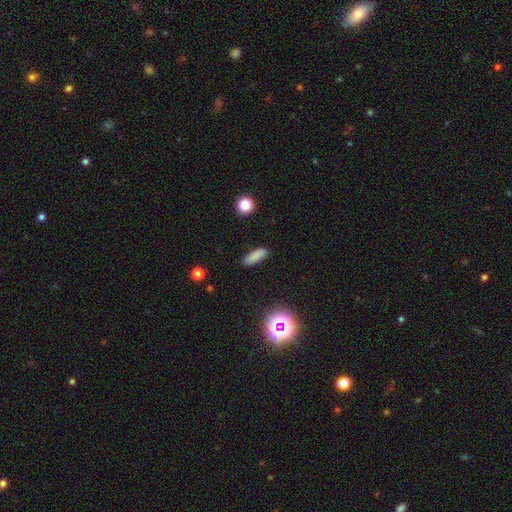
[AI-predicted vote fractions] The model was most divided on "how rounded": cigar-shaped: 54%, in between: 43%, round: 3%. More confident: merging — none (86%); smooth or featured — smooth (82%).